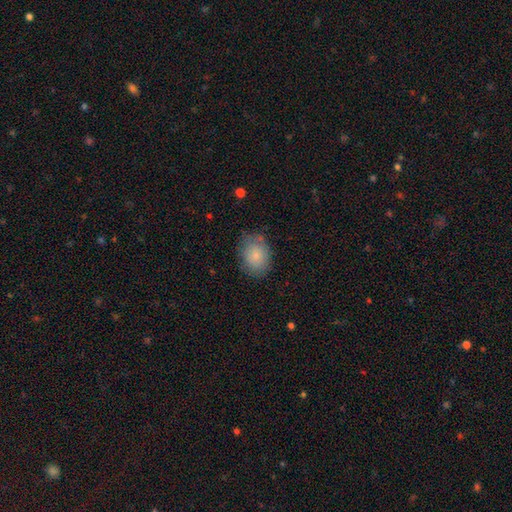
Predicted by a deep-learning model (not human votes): Smooth or featured? Predicted: smooth (p=0.83). How rounded? Predicted: in between (p=0.63). Merging? Predicted: none (p=0.75).